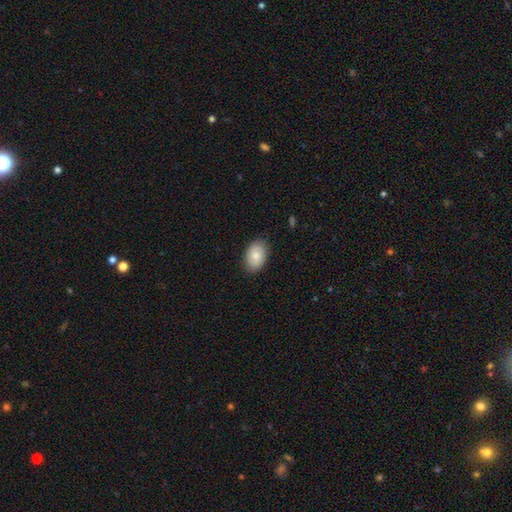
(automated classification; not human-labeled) smooth_or_featured: smooth (p=0.81) [alt: featured or disk p=0.13]
how_rounded: in between (p=0.86) [alt: round p=0.12]
merging: none (p=0.84) [alt: minor disturbance p=0.13]